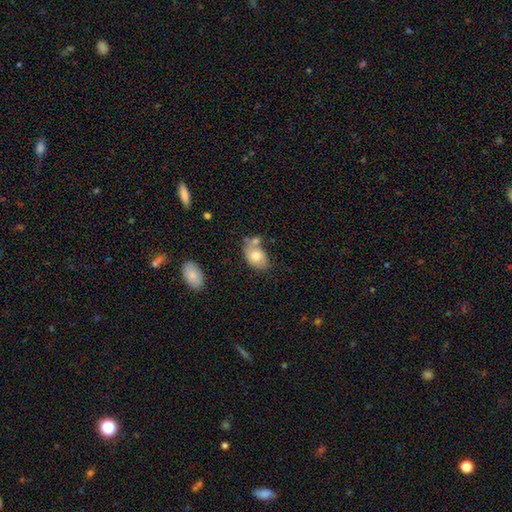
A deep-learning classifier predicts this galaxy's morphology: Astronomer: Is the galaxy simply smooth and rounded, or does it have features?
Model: smooth — 72%.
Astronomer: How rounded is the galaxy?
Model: in between — 83%.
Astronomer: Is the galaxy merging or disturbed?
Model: none — 45% (runner-up: merger, 28%).